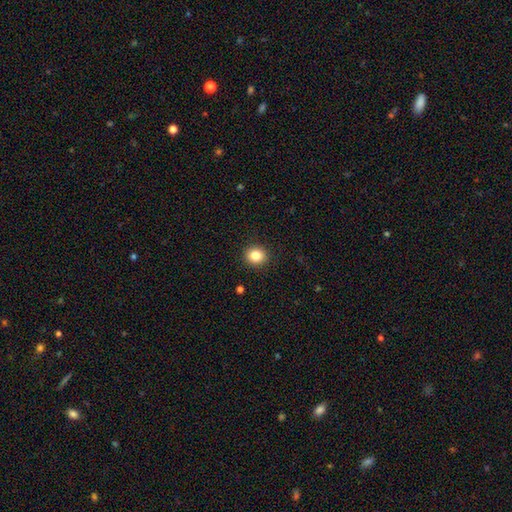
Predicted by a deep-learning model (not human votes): This appears to be a smooth galaxy with no disk features (84%) that is round (84%). Merging: none (92%).